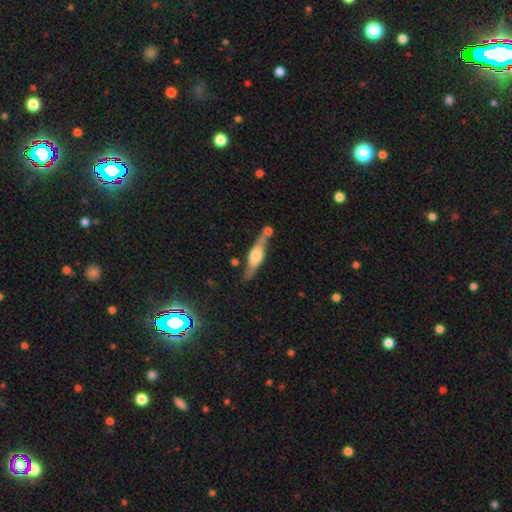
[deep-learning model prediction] Overall: featured or disk (67%; smooth 27%). Edge-on disk: yes (93%). Edge-on bulge: rounded (88%). Merging: none (64%).